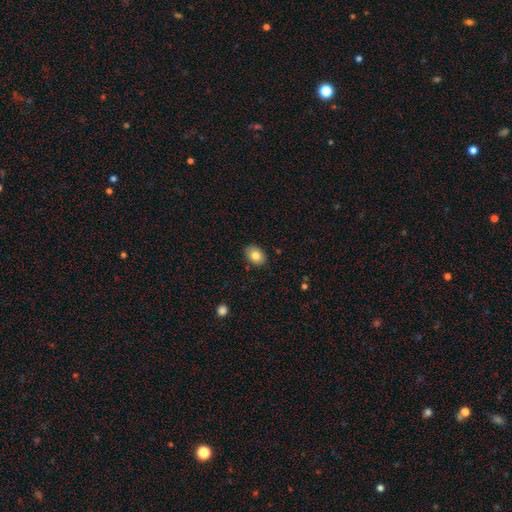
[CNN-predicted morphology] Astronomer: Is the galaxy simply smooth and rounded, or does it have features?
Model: smooth — 82%.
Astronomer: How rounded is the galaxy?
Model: in between — 77%.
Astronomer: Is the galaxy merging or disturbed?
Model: none — 86%.